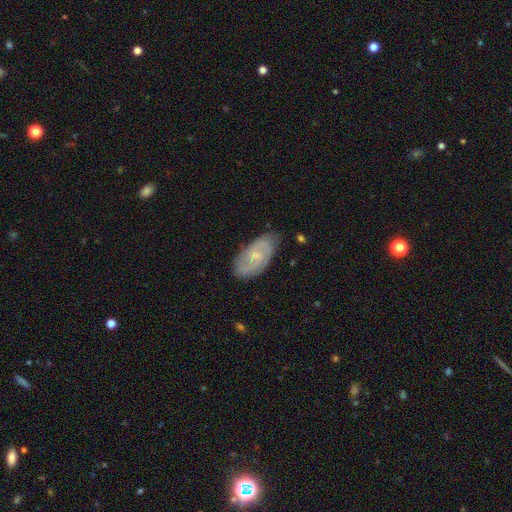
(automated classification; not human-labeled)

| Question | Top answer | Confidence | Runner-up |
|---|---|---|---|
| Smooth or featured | featured or disk | 73% | smooth (21%) |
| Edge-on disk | no | 95% | yes (5%) |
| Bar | no | 50% | weak (44%) |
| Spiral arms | yes | 93% | no (7%) |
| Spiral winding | medium | 45% | tight (40%) |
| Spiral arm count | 2 | 70% | can't tell (15%) |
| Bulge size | small | 64% | moderate (24%) |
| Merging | none | 78% | minor disturbance (17%) |